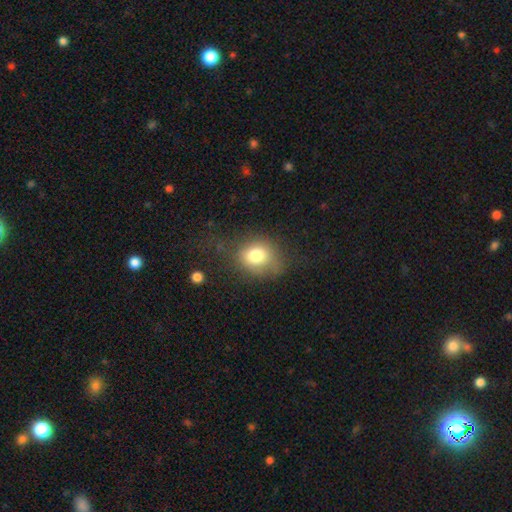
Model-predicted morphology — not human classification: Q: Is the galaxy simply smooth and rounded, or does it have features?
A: smooth — 77%.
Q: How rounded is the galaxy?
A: round — 56%.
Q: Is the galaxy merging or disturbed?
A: none — 58%.